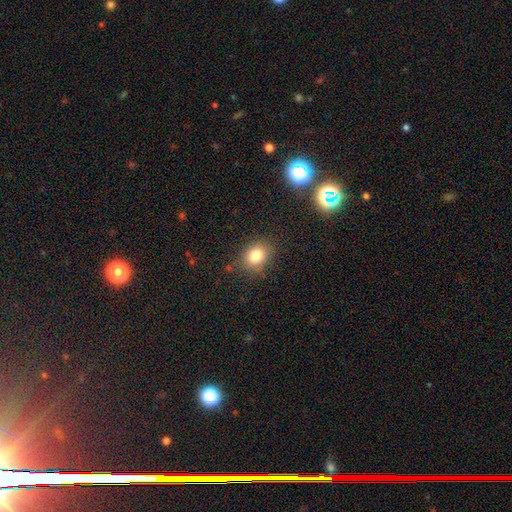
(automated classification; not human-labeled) Smooth or featured? Predicted: smooth (p=0.81). How rounded? Predicted: round (p=0.50). Merging? Predicted: none (p=0.80).